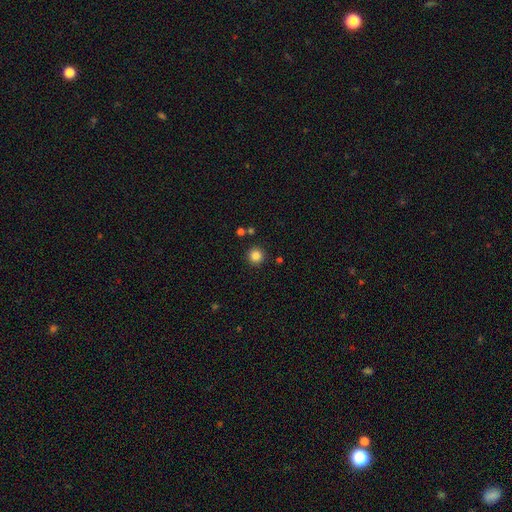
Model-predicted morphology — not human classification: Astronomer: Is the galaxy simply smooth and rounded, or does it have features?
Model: smooth — 84%.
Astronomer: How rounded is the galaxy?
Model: round — 96%.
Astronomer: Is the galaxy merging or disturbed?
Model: none — 90%.